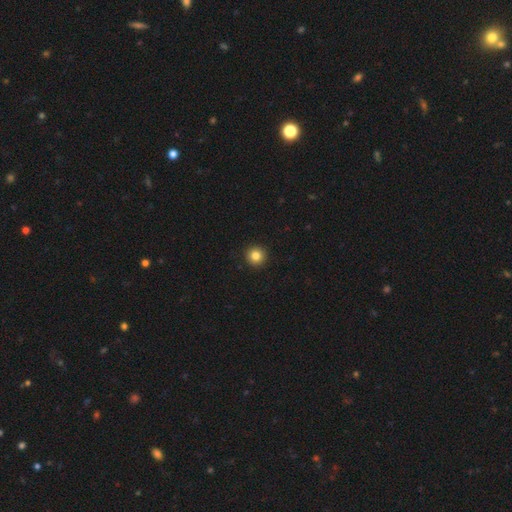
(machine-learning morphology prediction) smooth 84%, star or artifact 11%, featured or disk 6%. Down the decision tree: how rounded — round (96%); merging — none (94%).